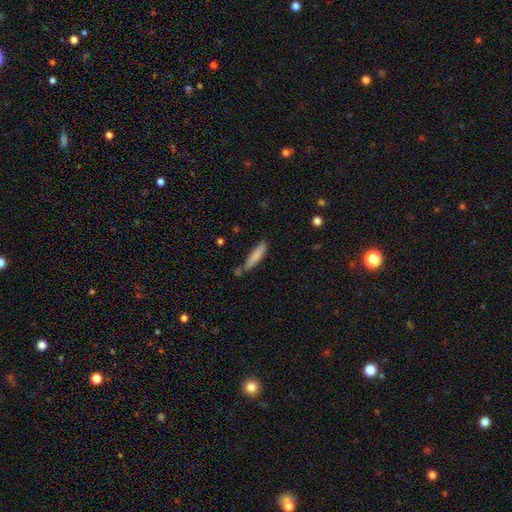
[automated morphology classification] Smooth or featured? smooth (81%)
How rounded? cigar-shaped (80%)
Merging? none (71%)